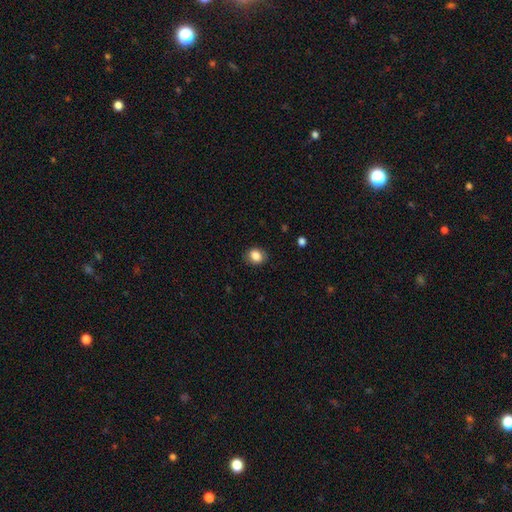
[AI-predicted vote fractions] Overall: smooth (85%). How rounded: round (62%; in between 37%). Merging: none (85%).